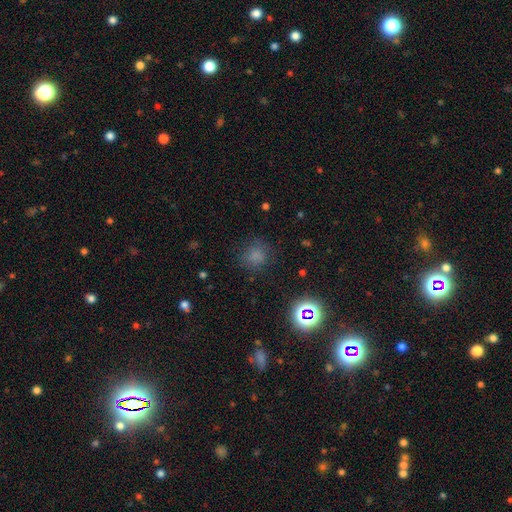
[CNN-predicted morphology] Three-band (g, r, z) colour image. It shows a smooth galaxy with no disk features (73%) that is round (84%). Merging: none (78%).